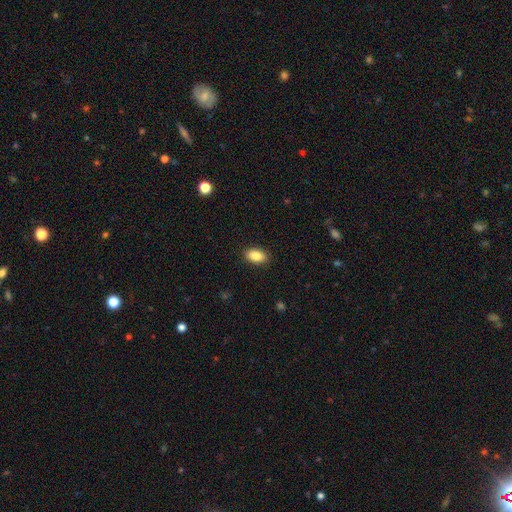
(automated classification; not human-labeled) Smooth or featured? Predicted: smooth (p=0.88). How rounded? Predicted: in between (p=0.92). Merging? Predicted: none (p=0.89).